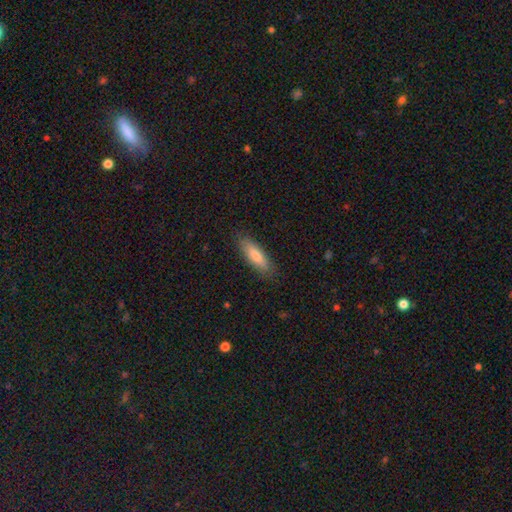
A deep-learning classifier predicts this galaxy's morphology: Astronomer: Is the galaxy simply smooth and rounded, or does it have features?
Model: smooth — 76%.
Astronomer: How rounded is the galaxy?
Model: cigar-shaped — 55% (runner-up: in between, 44%).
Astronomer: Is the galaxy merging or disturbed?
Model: none — 87%.